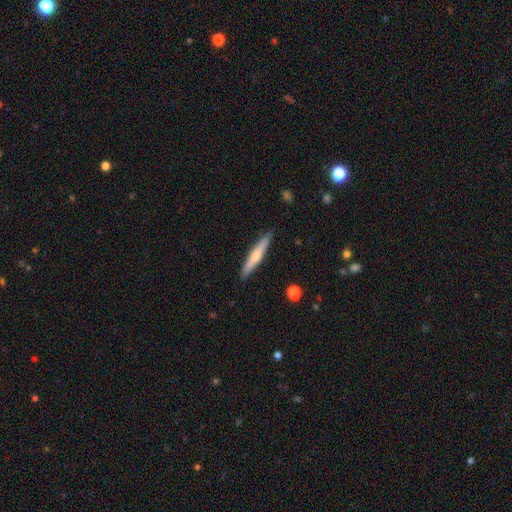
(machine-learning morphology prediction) Smooth or featured?
  - smooth: 54% *
  - featured or disk: 41%
  - star or artifact: 5%
How rounded?
  - cigar-shaped: 92% *
  - in between: 7%
  - round: 1%
Merging?
  - none: 89% *
  - minor disturbance: 8%
  - major disturbance: 1%
  - merger: 1%